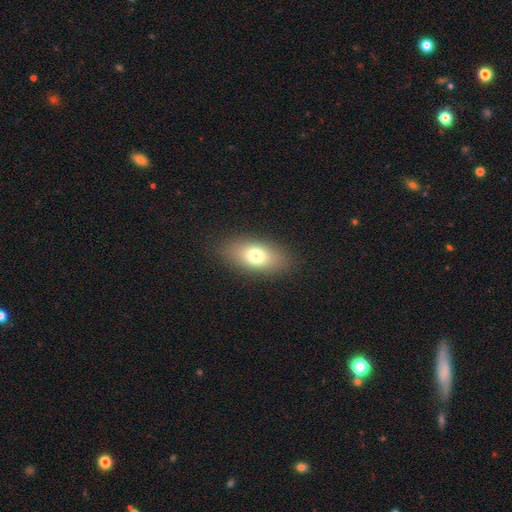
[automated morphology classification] smooth-or-featured: smooth: 74% | featured or disk: 16% | star or artifact: 10%
  how-rounded: in between: 85% | round: 8% | cigar-shaped: 7%
  merging: none: 86% | minor disturbance: 9% | major disturbance: 3% | merger: 1%